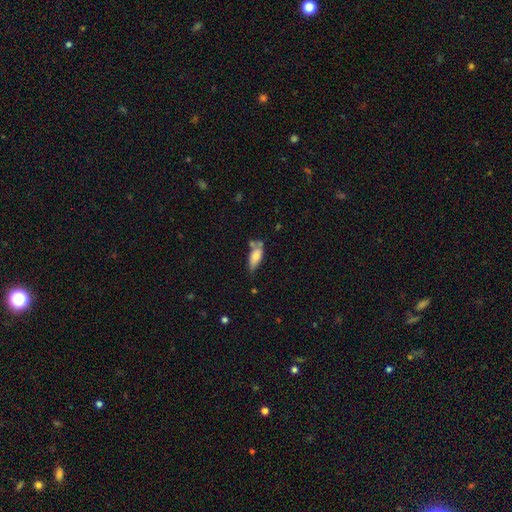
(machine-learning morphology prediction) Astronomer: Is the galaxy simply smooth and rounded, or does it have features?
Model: smooth — 72%.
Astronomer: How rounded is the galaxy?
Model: in between — 75%.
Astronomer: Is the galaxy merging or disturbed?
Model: none — 46% (runner-up: minor disturbance, 26%).